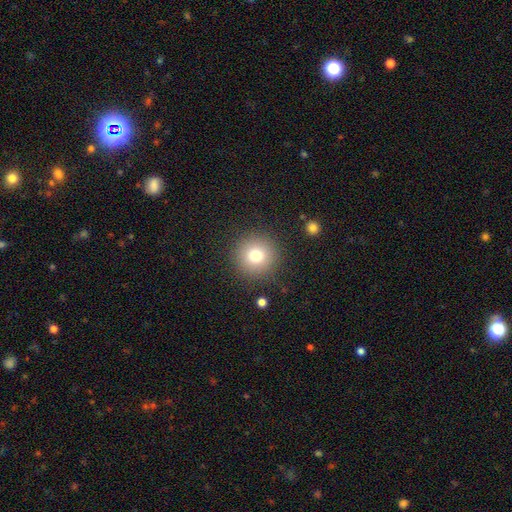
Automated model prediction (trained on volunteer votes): Smooth or featured? Predicted: smooth (p=0.76). How rounded? Predicted: round (p=0.95). Merging? Predicted: none (p=0.88).